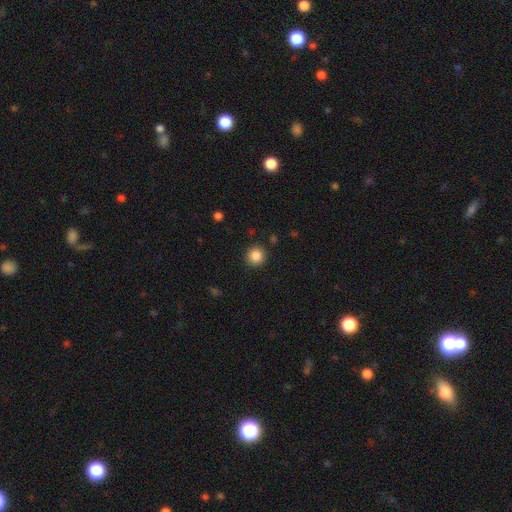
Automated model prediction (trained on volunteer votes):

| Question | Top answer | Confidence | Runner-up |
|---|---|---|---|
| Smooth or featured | smooth | 86% | star or artifact (10%) |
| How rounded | round | 93% | in between (6%) |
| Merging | none | 91% | minor disturbance (6%) |